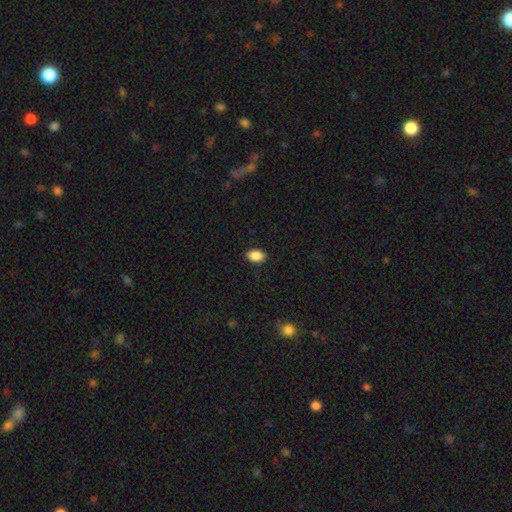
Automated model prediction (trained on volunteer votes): This is clearly a smooth galaxy (88%). How rounded: clearly in between (88%). Merging: clearly none (89%).